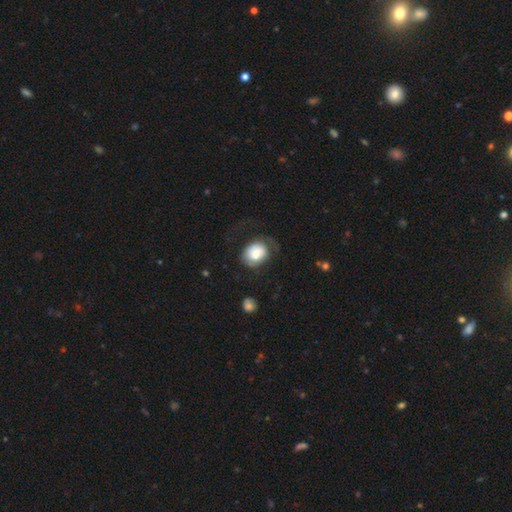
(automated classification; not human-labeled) This appears to be a smooth galaxy with no disk features (71%) that is in between round and cigar-shaped (50%, tied with round). Merging: none (44%).